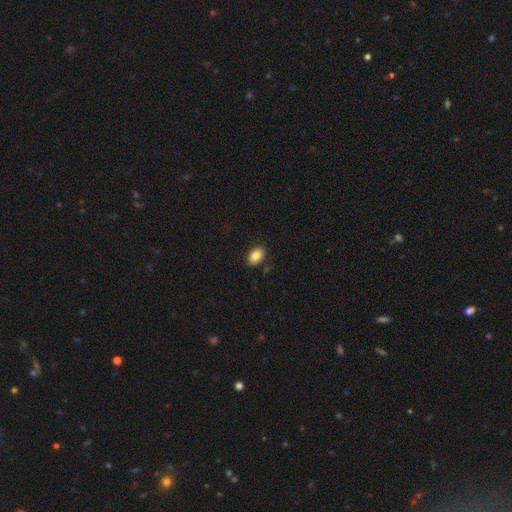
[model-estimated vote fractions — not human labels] Q: Smooth or featured?
A: smooth (86%); runner-up: star or artifact (8%)
Q: How rounded?
A: in between (83%); runner-up: round (16%)
Q: Merging?
A: none (88%); runner-up: minor disturbance (9%)